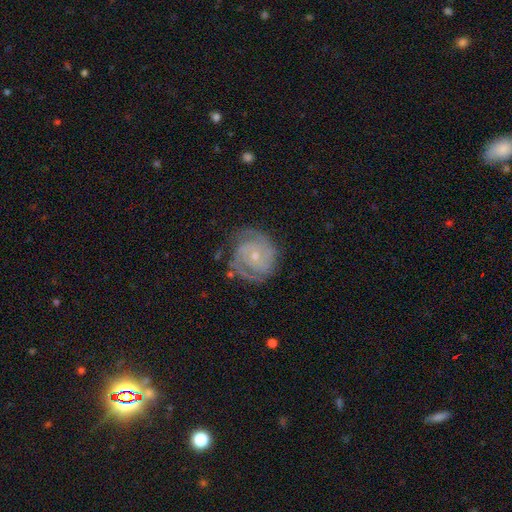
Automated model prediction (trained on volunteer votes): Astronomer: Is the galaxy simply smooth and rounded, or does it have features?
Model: featured or disk — 85%.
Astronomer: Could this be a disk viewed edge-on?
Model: no — 98%.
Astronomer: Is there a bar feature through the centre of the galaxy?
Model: no — 69%.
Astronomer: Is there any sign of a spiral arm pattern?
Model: yes — 96%.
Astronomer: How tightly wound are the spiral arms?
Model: tight — 67%.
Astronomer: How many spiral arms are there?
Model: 2 — 57%.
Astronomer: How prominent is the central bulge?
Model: small — 63%.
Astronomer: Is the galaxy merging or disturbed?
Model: none — 73%.